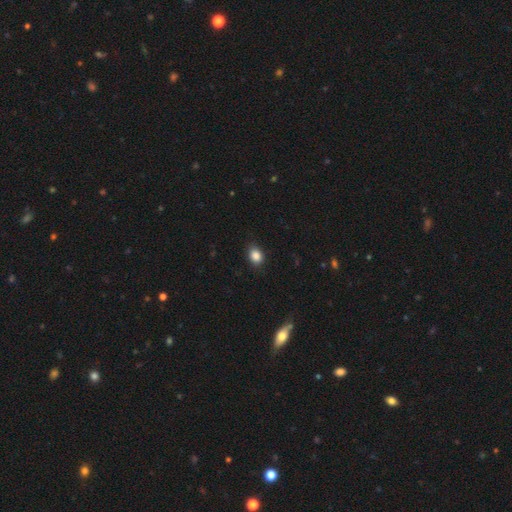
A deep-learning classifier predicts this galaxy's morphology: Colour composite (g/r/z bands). It shows a smooth galaxy with no disk features (86%) that is in between round and cigar-shaped (60%). Merging: none (84%).